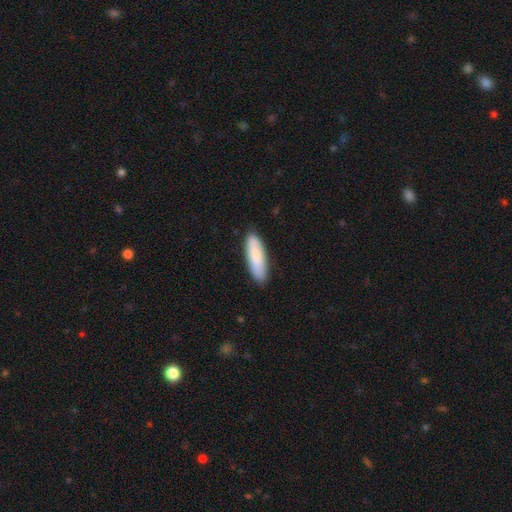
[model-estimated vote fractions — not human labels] A smooth galaxy with no disk features (84%) that is cigar-shaped (55%).

Vote fractions:
- Smooth or featured? smooth: 84% / featured or disk: 10% / star or artifact: 5%
- How rounded? cigar-shaped: 55% / in between: 44% / round: 2%
- Merging? none: 87% / minor disturbance: 10% / major disturbance: 2% / merger: 1%